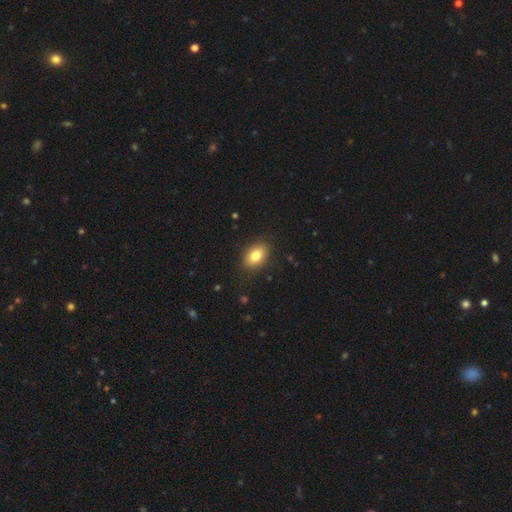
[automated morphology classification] A smooth galaxy with no disk features (80%) that is in between round and cigar-shaped (82%).

Vote fractions:
- Smooth or featured? smooth: 80% / featured or disk: 11% / star or artifact: 9%
- How rounded? in between: 82% / round: 16% / cigar-shaped: 1%
- Merging? none: 87% / minor disturbance: 10% / major disturbance: 3% / merger: 1%